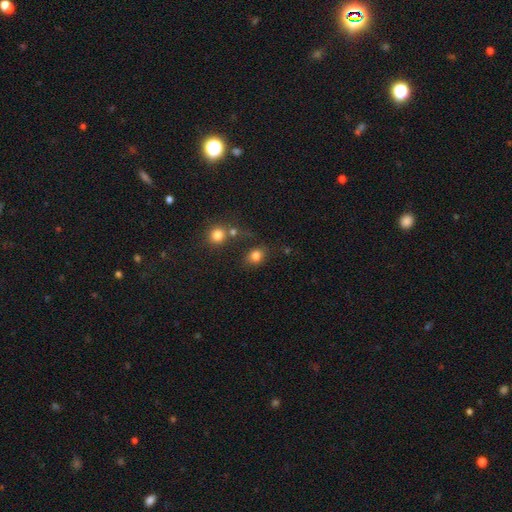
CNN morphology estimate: A smooth galaxy with no disk features (80%) that is round (54%). Merging: none (64%).